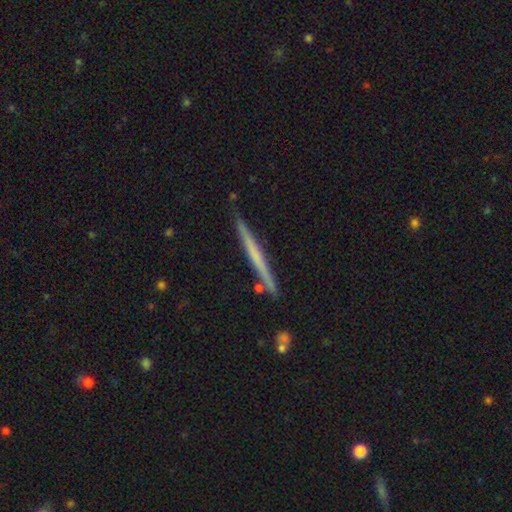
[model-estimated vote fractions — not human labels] This appears to be a featured or disk galaxy (53%) viewed edge-on (98%) with no central bulge (86%). Merging: none (88%).